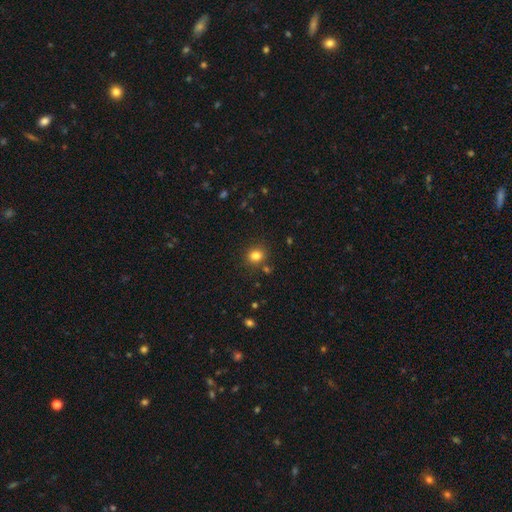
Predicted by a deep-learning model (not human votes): Overall: smooth (81%). How rounded: round (71%). Merging: none (82%).